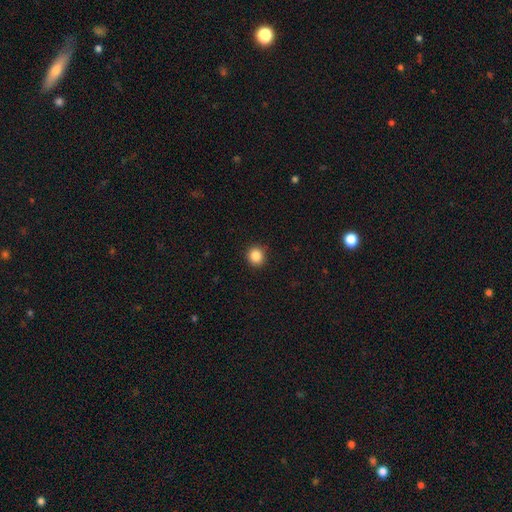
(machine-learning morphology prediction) A smooth galaxy with no disk features (86%) that is round (92%). Merging: none (92%).